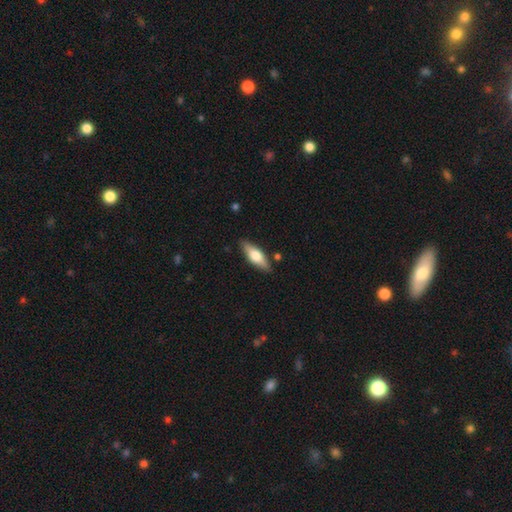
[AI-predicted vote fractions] A smooth galaxy with no disk features (58%) that is in between round and cigar-shaped (57%). Merging: none (85%).